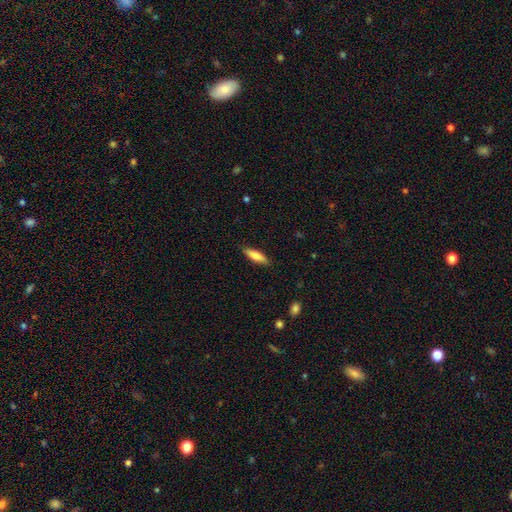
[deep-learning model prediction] Smooth or featured? smooth (79%)
How rounded? cigar-shaped (59%)
Merging? none (86%)